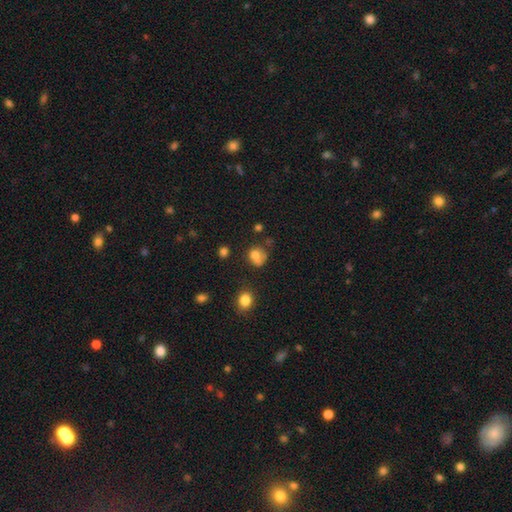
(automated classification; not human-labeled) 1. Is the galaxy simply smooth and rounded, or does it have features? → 72% smooth, 14% star or artifact, 14% featured or disk.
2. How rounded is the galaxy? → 59% round, 40% in between, 1% cigar-shaped.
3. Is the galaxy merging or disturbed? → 43% none, 27% minor disturbance, 17% major disturbance, 13% merger.